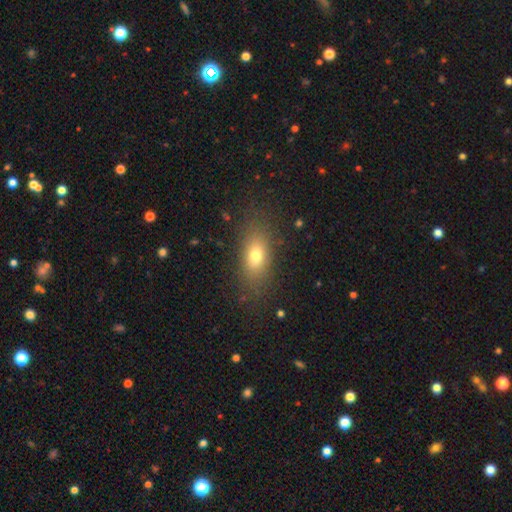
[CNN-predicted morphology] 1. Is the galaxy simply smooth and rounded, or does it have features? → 72% smooth, 16% featured or disk, 12% star or artifact.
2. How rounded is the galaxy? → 77% in between, 12% round, 11% cigar-shaped.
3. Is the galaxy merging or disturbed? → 82% none, 11% minor disturbance, 5% major disturbance, 1% merger.